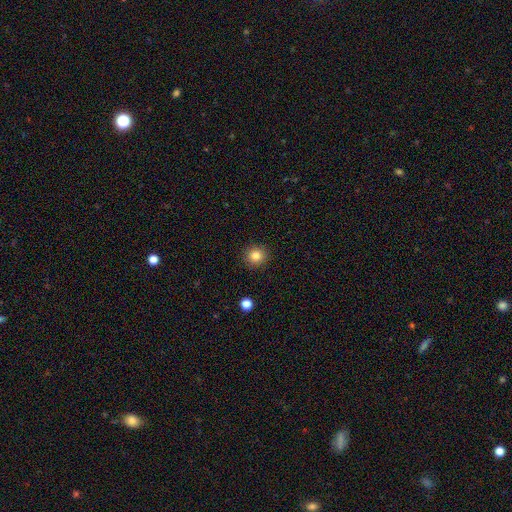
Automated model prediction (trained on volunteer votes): Smooth or featured?
  - smooth: 84% *
  - star or artifact: 11%
  - featured or disk: 5%
How rounded?
  - round: 92% *
  - in between: 7%
  - cigar-shaped: 1%
Merging?
  - none: 92% *
  - minor disturbance: 5%
  - major disturbance: 2%
  - merger: 1%